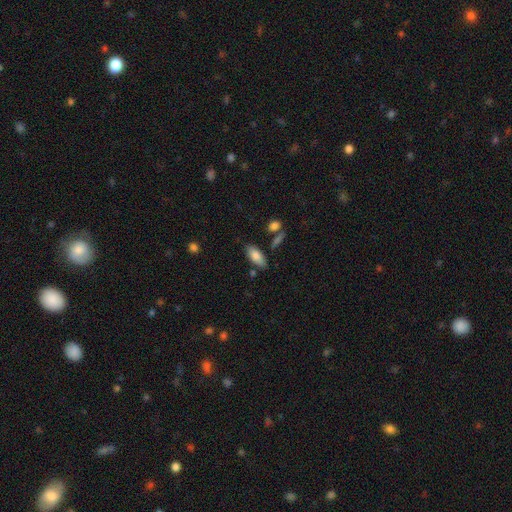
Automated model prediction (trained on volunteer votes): Smooth or featured: smooth — 81% (featured or disk — 12%)
How rounded: in between — 86% (cigar-shaped — 11%)
Merging: none — 77% (minor disturbance — 13%)